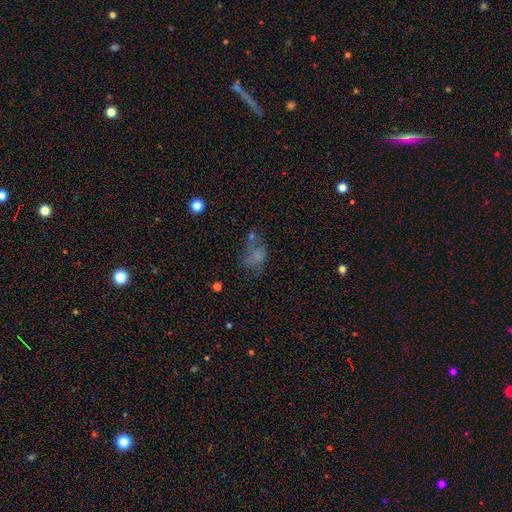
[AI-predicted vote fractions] Smooth or featured?
  - smooth: 57% *
  - featured or disk: 26%
  - star or artifact: 17%
How rounded?
  - in between: 79% *
  - round: 19%
  - cigar-shaped: 2%
Merging?
  - none: 36% *
  - major disturbance: 27%
  - minor disturbance: 22%
  - merger: 15%